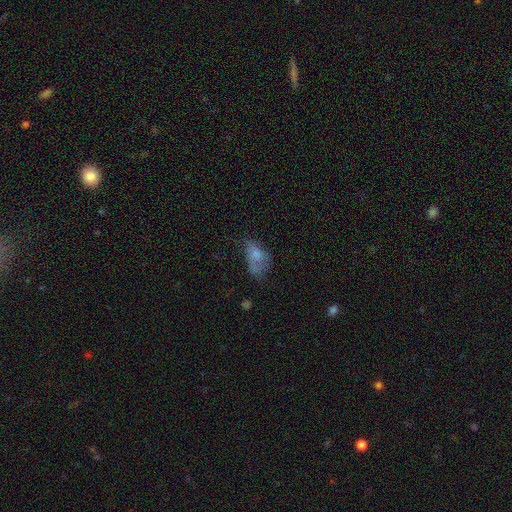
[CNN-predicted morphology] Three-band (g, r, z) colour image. It shows a smooth galaxy with no disk features (63%) that is in between round and cigar-shaped (86%). Merging: major disturbance (34%).